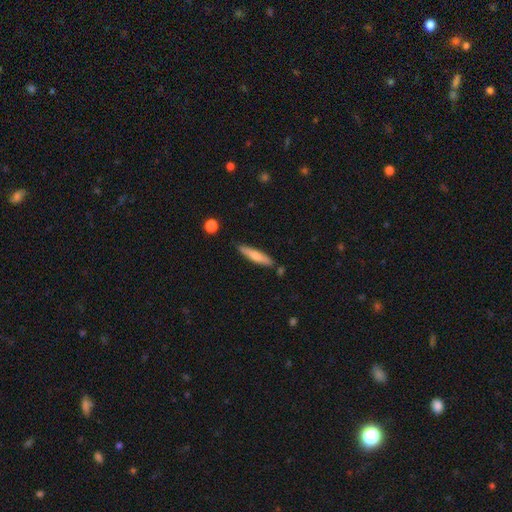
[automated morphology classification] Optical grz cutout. It shows a smooth galaxy with no disk features (65%) that is cigar-shaped (85%). Merging: none (82%).